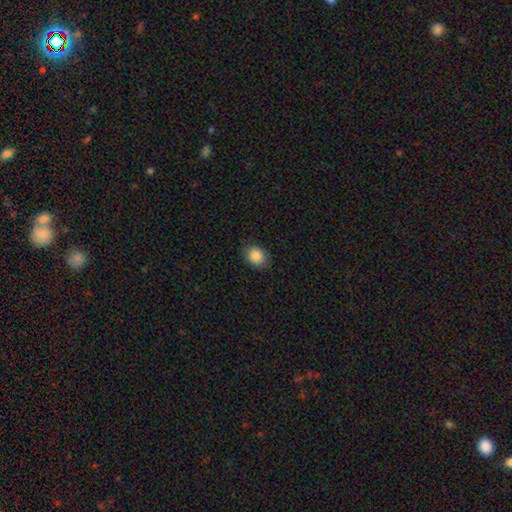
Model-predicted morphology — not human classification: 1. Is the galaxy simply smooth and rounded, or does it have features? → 87% smooth, 9% star or artifact, 5% featured or disk.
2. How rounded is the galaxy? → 54% in between, 45% round, 1% cigar-shaped.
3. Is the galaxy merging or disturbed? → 84% none, 12% minor disturbance, 3% major disturbance, 1% merger.